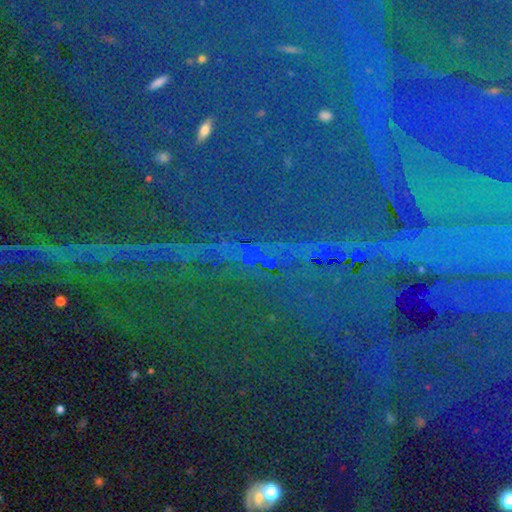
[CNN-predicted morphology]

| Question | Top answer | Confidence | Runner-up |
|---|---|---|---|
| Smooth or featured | star or artifact | 86% | featured or disk (8%) |